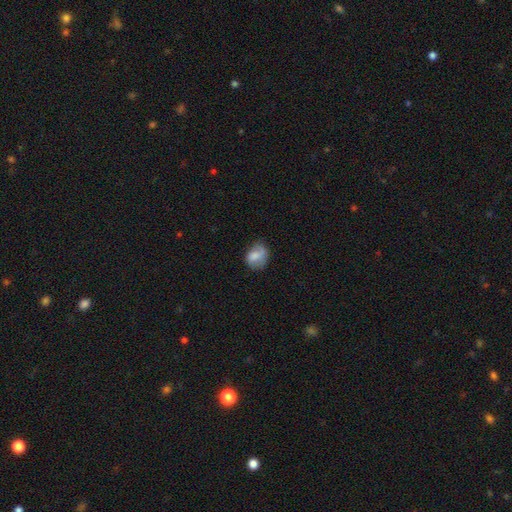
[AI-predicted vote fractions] Q: Smooth or featured?
A: smooth (71%); runner-up: featured or disk (20%)
Q: How rounded?
A: in between (54%); runner-up: round (45%)
Q: Merging?
A: none (50%); runner-up: minor disturbance (32%)